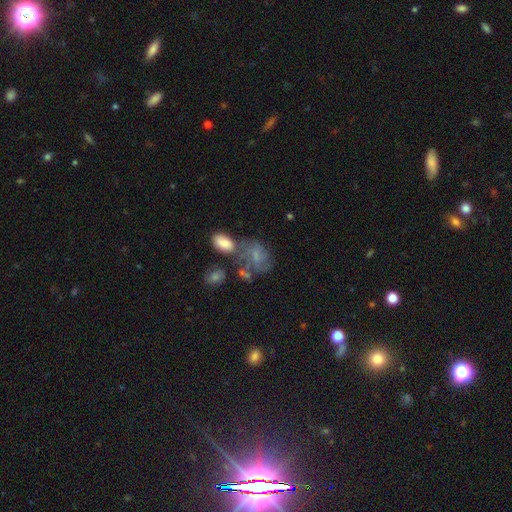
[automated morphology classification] Smooth or featured? featured or disk (45%)
Merging? none (36%)